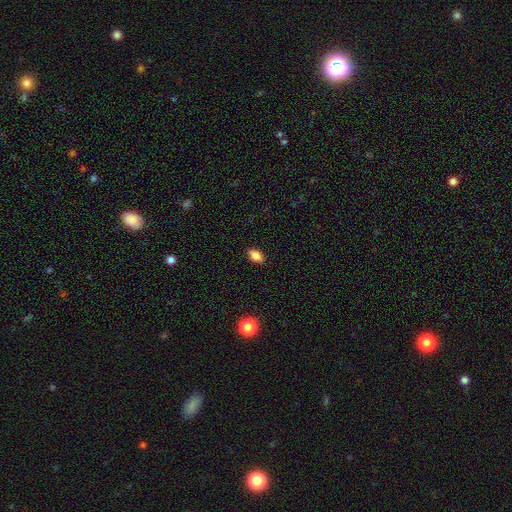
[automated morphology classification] A smooth galaxy with no disk features (81%) that is in between round and cigar-shaped (87%). Merging: none (87%).